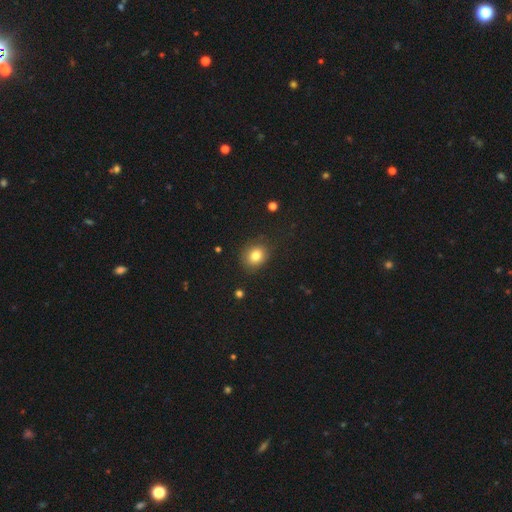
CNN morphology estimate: Smooth or featured? Predicted: smooth (p=0.83). How rounded? Predicted: round (p=0.62). Merging? Predicted: none (p=0.82).